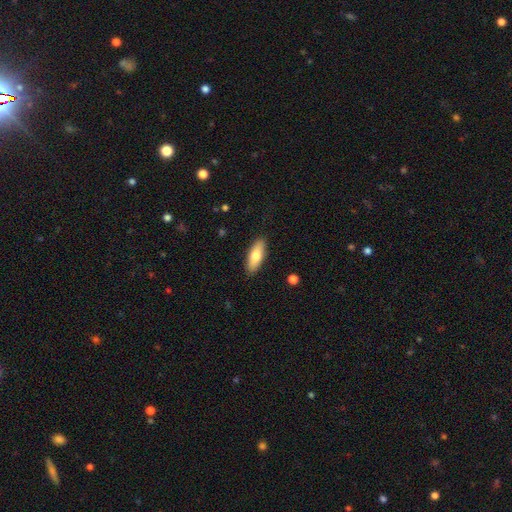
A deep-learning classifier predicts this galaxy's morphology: Smooth or featured? Predicted: smooth (p=0.74). How rounded? Predicted: in between (p=0.65). Merging? Predicted: none (p=0.89).